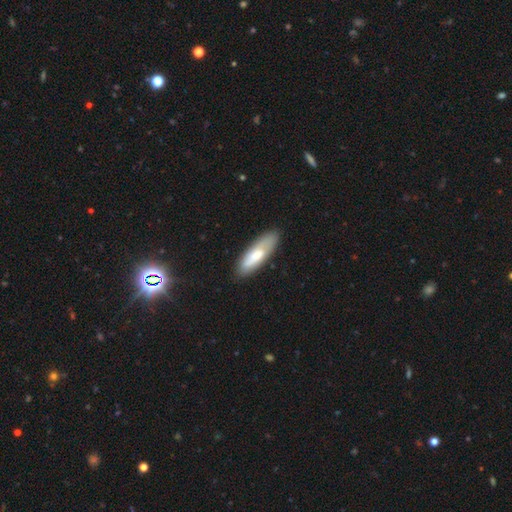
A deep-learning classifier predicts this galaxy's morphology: Smooth or featured?
  - smooth: 69% *
  - featured or disk: 25%
  - star or artifact: 6%
How rounded?
  - in between: 50% *
  - cigar-shaped: 49%
  - round: 2%
Merging?
  - none: 78% *
  - minor disturbance: 16%
  - major disturbance: 4%
  - merger: 2%